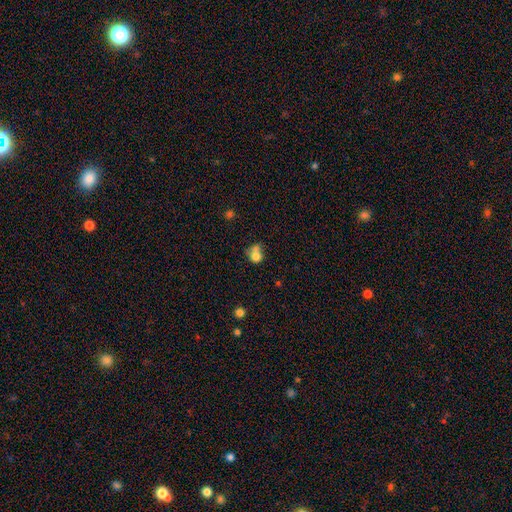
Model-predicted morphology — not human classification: The model was most divided on "merging": merger: 43%, none: 35%, minor disturbance: 14%, major disturbance: 8%. More confident: smooth or featured — smooth (75%); how rounded — round (74%).